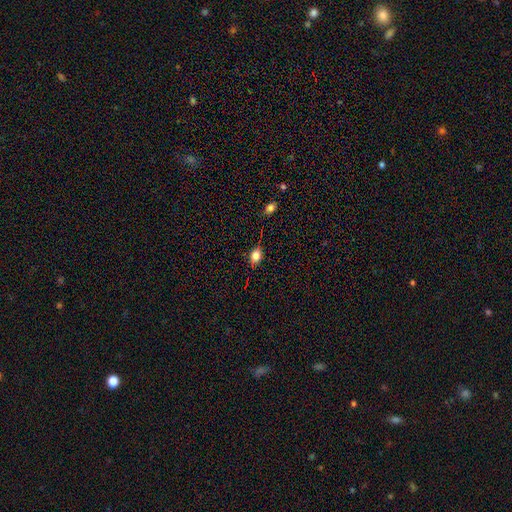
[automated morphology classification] smooth-or-featured: smooth: 79% | star or artifact: 12% | featured or disk: 9%
  how-rounded: in between: 69% | round: 28% | cigar-shaped: 3%
  merging: none: 79% | minor disturbance: 16% | major disturbance: 3% | merger: 2%